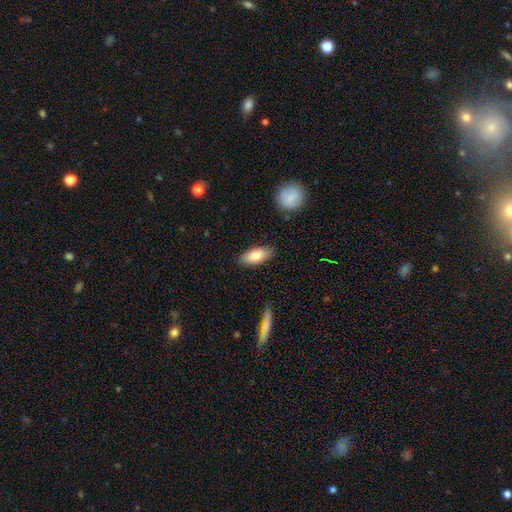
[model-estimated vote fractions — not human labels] Overall: smooth (81%). How rounded: in between (84%). Merging: none (87%).